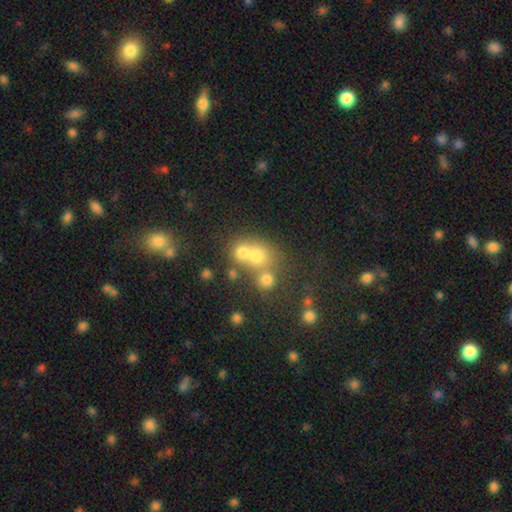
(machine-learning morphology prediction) smooth-or-featured: smooth: 64% | star or artifact: 18% | featured or disk: 18%
  how-rounded: round: 75% | in between: 24% | cigar-shaped: 1%
  merging: merger: 50% | none: 38% | minor disturbance: 8% | major disturbance: 4%